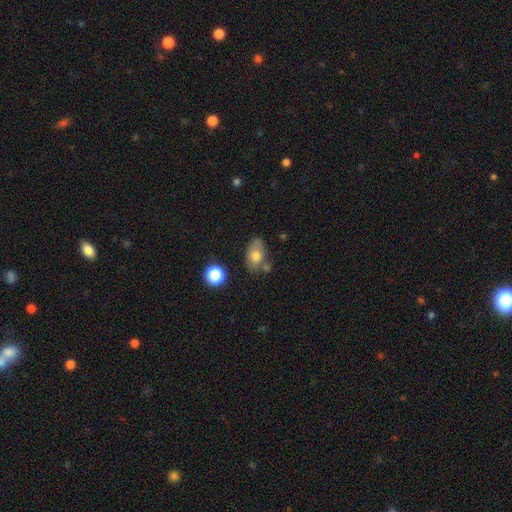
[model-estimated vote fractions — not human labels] This is likely a smooth galaxy (72%). How rounded: clearly in between (85%). Merging: possibly none (54%).